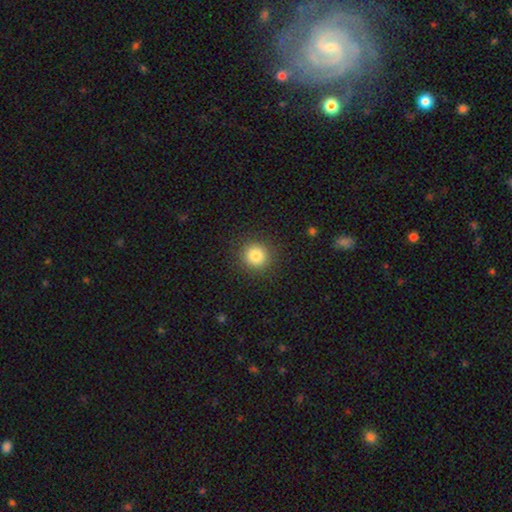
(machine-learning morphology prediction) Overall: smooth (83%). How rounded: round (93%). Merging: none (90%).